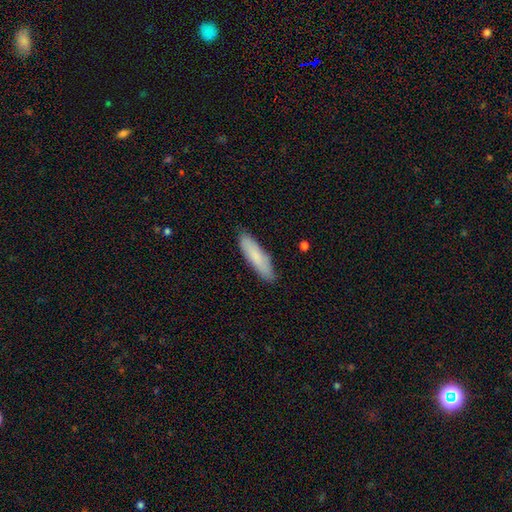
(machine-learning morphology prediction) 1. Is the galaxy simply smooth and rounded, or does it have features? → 81% smooth, 13% featured or disk, 6% star or artifact.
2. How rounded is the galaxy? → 73% cigar-shaped, 26% in between, 1% round.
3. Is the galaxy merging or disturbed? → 88% none, 10% minor disturbance, 2% major disturbance, 1% merger.